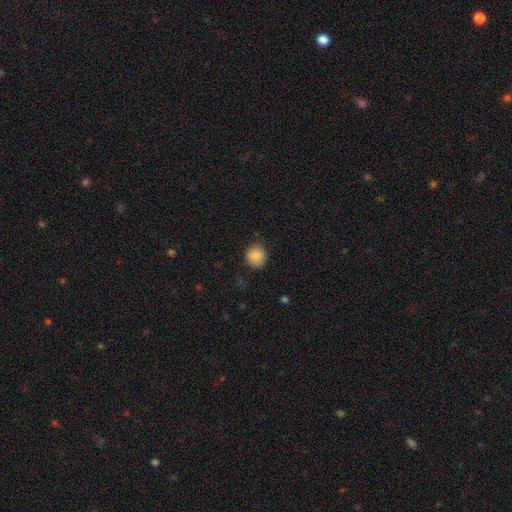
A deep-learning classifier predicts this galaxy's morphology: smooth-or-featured: smooth: 88% | star or artifact: 9% | featured or disk: 4%
  how-rounded: round: 89% | in between: 10% | cigar-shaped: 1%
  merging: none: 85% | minor disturbance: 11% | major disturbance: 3% | merger: 1%